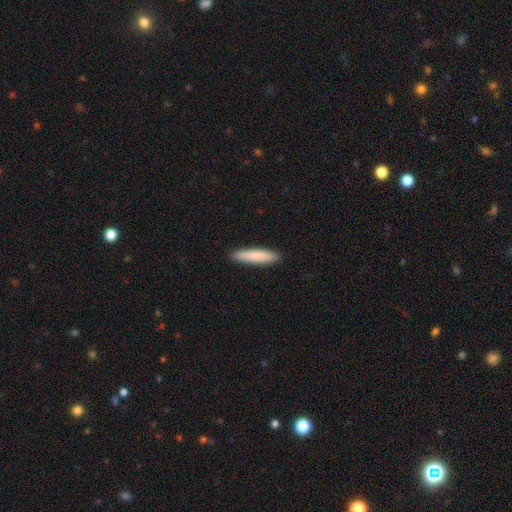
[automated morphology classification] A smooth galaxy with no disk features (84%) that is cigar-shaped (85%).

Vote fractions:
- Smooth or featured? smooth: 84% / featured or disk: 10% / star or artifact: 5%
- How rounded? cigar-shaped: 85% / in between: 14% / round: 1%
- Merging? none: 91% / minor disturbance: 7% / major disturbance: 1% / merger: 1%